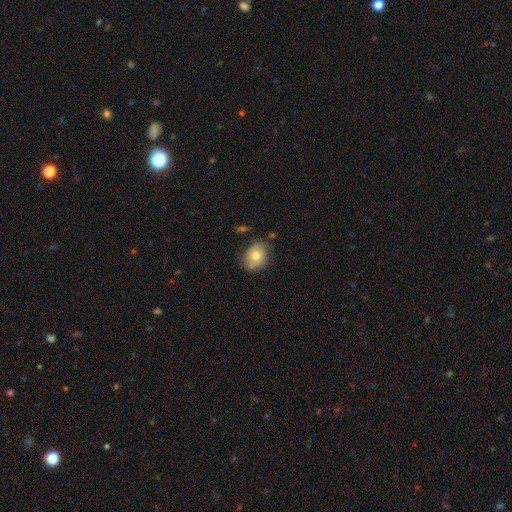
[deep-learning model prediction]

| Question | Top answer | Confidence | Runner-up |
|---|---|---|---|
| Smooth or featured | smooth | 75% | featured or disk (17%) |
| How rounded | round | 56% | in between (43%) |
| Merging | none | 69% | minor disturbance (22%) |